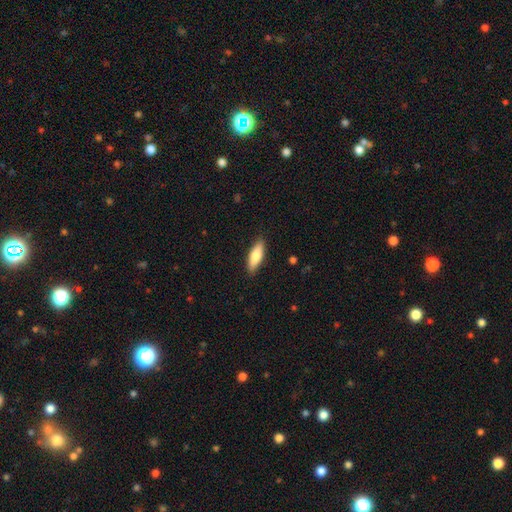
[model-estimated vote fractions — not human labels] Smooth or featured? smooth (78%)
How rounded? in between (56%)
Merging? none (87%)